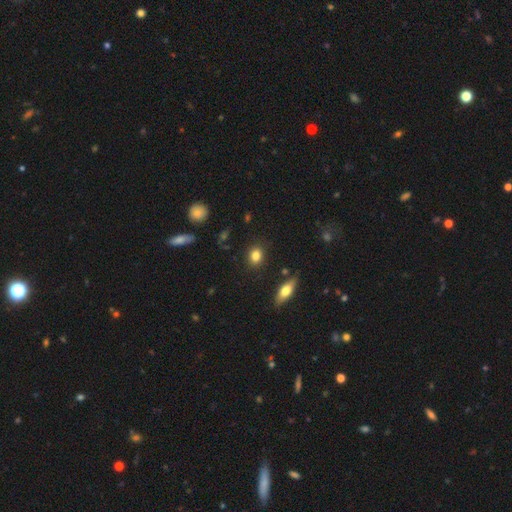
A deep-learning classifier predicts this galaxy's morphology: This is clearly a smooth galaxy (84%). How rounded: possibly round (51%). Merging: clearly none (87%).